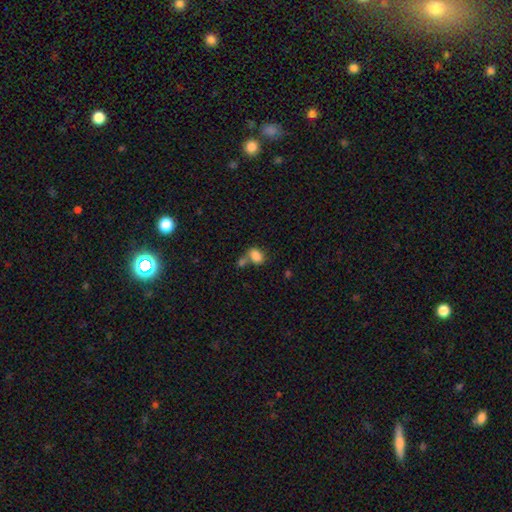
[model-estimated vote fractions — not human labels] Smooth or featured?
  - smooth: 84% *
  - star or artifact: 9%
  - featured or disk: 7%
How rounded?
  - in between: 77% *
  - round: 22%
  - cigar-shaped: 1%
Merging?
  - none: 44% *
  - merger: 38%
  - minor disturbance: 13%
  - major disturbance: 6%